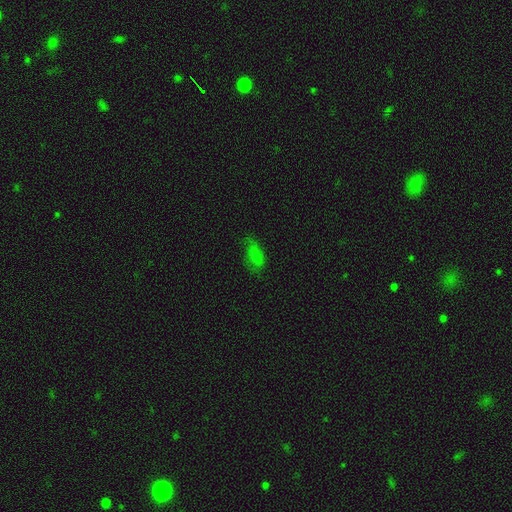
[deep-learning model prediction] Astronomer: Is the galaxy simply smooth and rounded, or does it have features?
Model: smooth — 69%.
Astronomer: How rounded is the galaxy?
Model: in between — 83%.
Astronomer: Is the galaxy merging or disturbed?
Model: none — 54% (runner-up: minor disturbance, 29%).